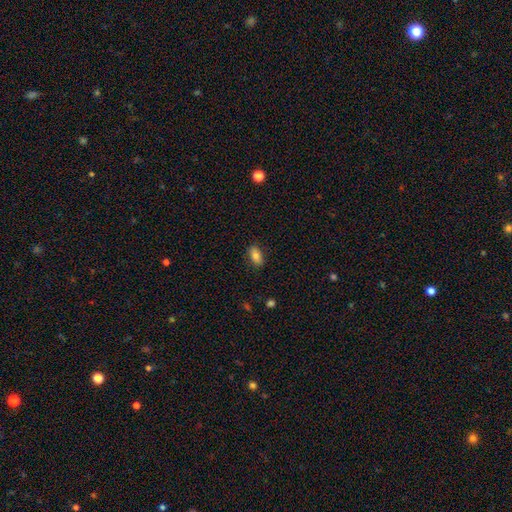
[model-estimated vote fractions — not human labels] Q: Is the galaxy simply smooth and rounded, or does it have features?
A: smooth — 81%.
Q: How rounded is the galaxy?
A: in between — 89%.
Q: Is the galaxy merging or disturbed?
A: none — 87%.